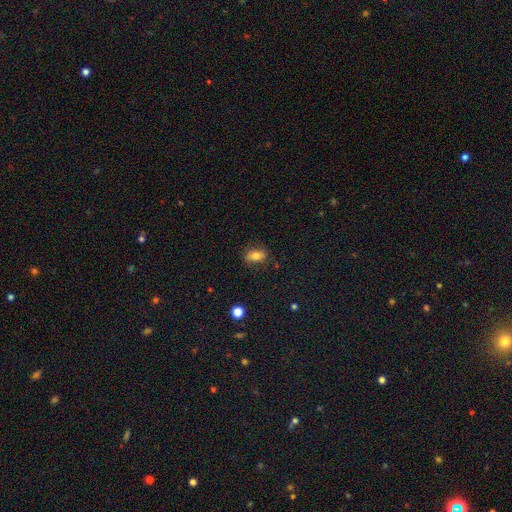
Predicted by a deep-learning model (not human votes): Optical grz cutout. It shows a smooth galaxy with no disk features (79%) that is in between round and cigar-shaped (84%). Merging: none (81%).